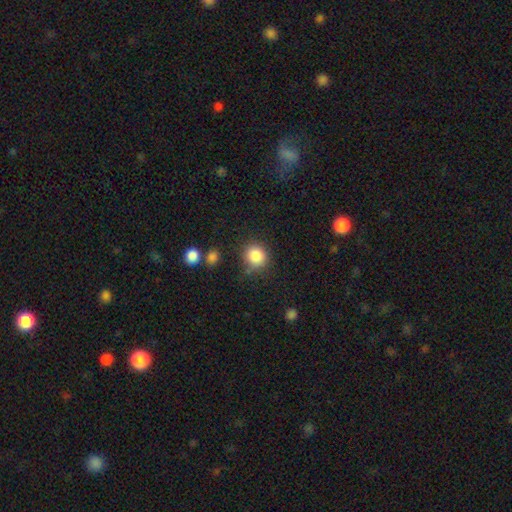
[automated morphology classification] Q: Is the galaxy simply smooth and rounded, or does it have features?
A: smooth — 86%.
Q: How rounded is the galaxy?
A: round — 86%.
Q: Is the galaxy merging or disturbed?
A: none — 81%.